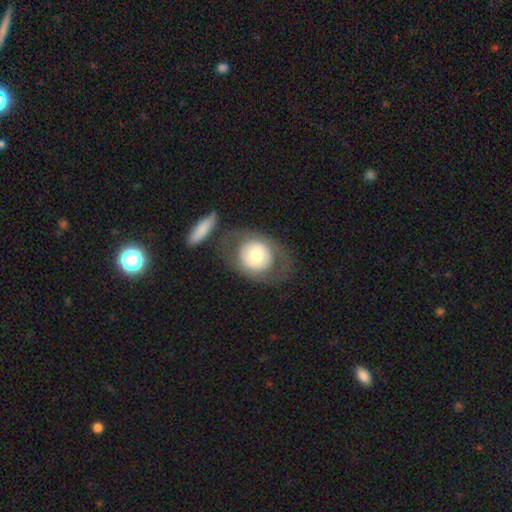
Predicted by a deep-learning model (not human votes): A smooth galaxy with no disk features (57%) that is round (66%). Merging: none (60%).